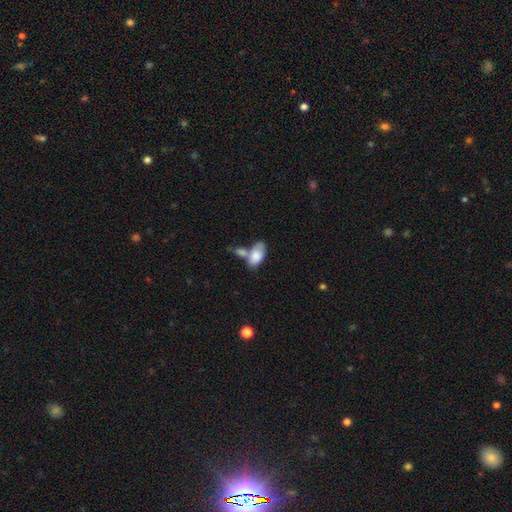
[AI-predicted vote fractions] This appears to be a smooth galaxy with no disk features (80%) that is in between round and cigar-shaped (93%). Merging: merger (47%).